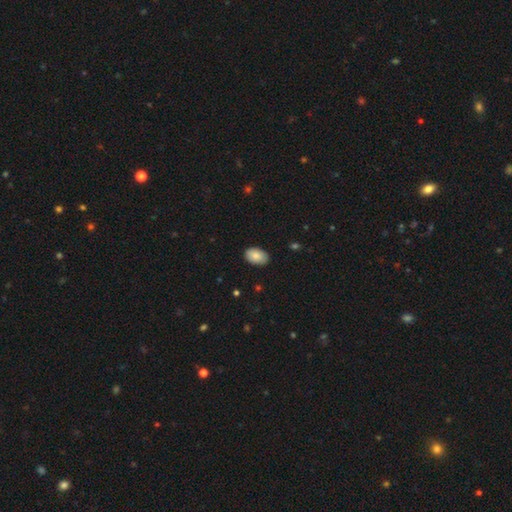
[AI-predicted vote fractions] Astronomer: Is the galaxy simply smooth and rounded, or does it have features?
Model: smooth — 86%.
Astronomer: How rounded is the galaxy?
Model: in between — 91%.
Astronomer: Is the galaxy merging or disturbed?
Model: none — 87%.